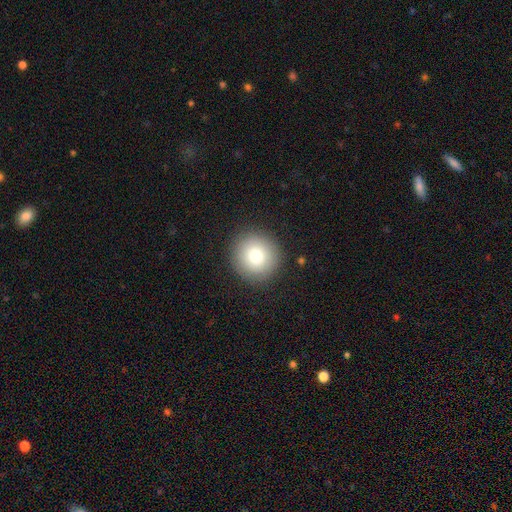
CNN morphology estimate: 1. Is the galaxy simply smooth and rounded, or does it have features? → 78% smooth, 12% featured or disk, 10% star or artifact.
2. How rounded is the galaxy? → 95% round, 4% in between, 1% cigar-shaped.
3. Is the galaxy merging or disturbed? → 90% none, 7% minor disturbance, 2% major disturbance, 1% merger.